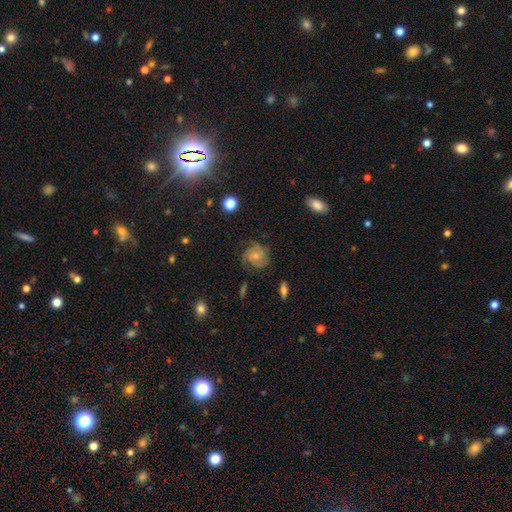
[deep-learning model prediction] Morphology: type=featured or disk (70%); edge-on=no (98%); bar=no (68%); spiral arms=yes (93%); winding=tight (51%); arm count=2 (38%); bulge=small (51%); merging=none (68%).